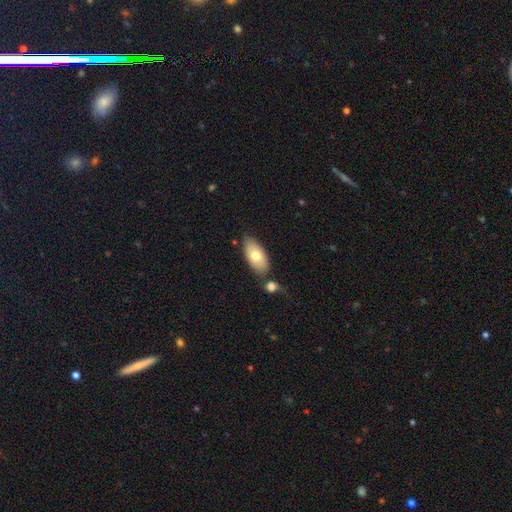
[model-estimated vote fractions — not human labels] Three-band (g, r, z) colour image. It shows a smooth galaxy with no disk features (72%) that is in between round and cigar-shaped (92%). Merging: none (68%).